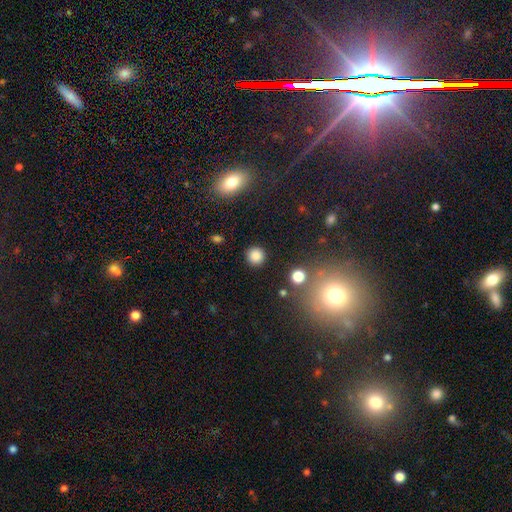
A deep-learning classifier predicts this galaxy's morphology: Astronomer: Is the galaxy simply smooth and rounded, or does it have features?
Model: smooth — 84%.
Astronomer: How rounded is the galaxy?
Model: round — 93%.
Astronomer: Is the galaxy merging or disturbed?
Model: none — 89%.